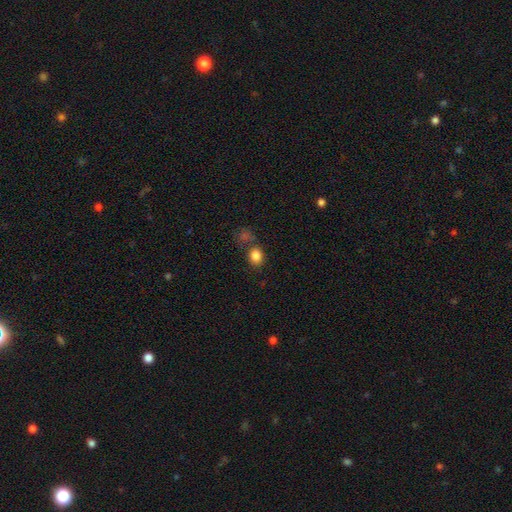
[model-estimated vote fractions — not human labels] Smooth or featured? smooth (84%)
How rounded? round (54%)
Merging? none (64%)